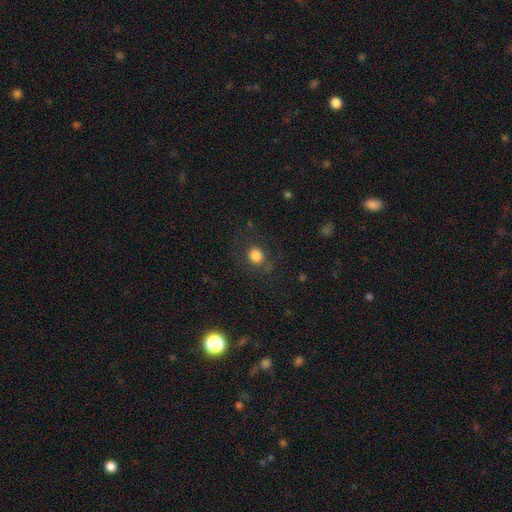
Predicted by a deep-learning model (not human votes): Q: Smooth or featured?
A: smooth (79%); runner-up: star or artifact (11%)
Q: How rounded?
A: round (81%); runner-up: in between (18%)
Q: Merging?
A: none (78%); runner-up: minor disturbance (12%)